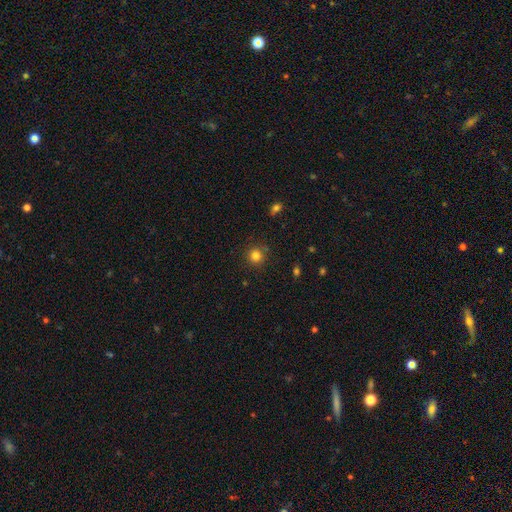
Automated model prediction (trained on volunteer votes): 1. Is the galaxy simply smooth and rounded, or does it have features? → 81% smooth, 14% star or artifact, 5% featured or disk.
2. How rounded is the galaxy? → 93% round, 6% in between, 1% cigar-shaped.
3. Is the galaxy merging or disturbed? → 87% none, 8% minor disturbance, 3% merger, 3% major disturbance.